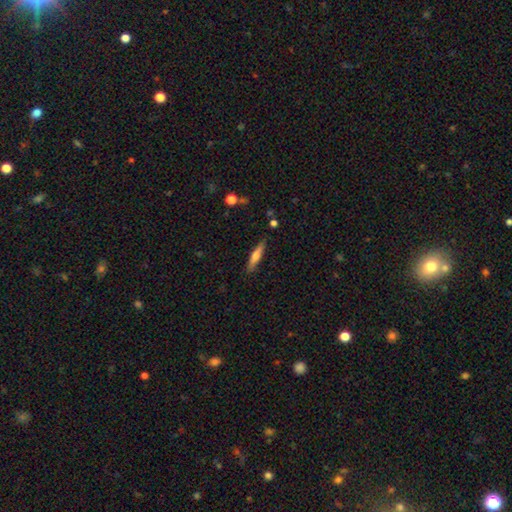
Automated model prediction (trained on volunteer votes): smooth 60%, featured or disk 33%, star or artifact 6%. Down the decision tree: how rounded — cigar-shaped (86%); merging — none (87%).